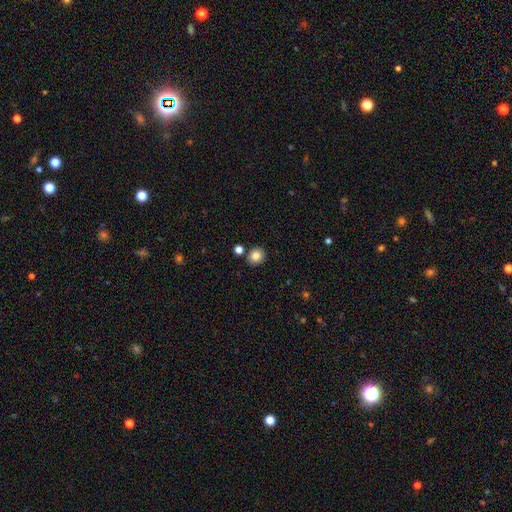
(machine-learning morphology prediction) type=smooth (84%); roundness=round (83%); merging=none (85%).